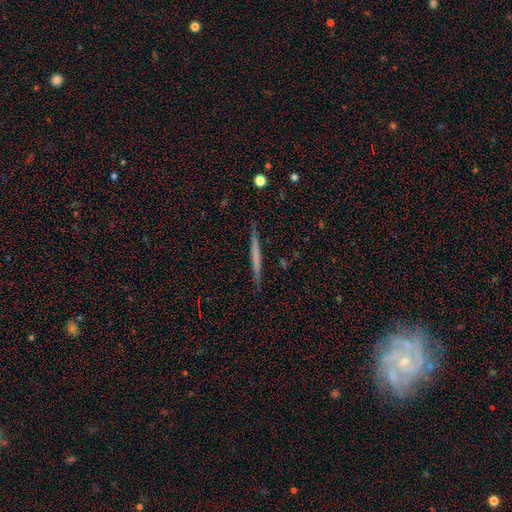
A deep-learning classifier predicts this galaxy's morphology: Overall: smooth (49%; featured or disk 45%). Merging: none (91%).